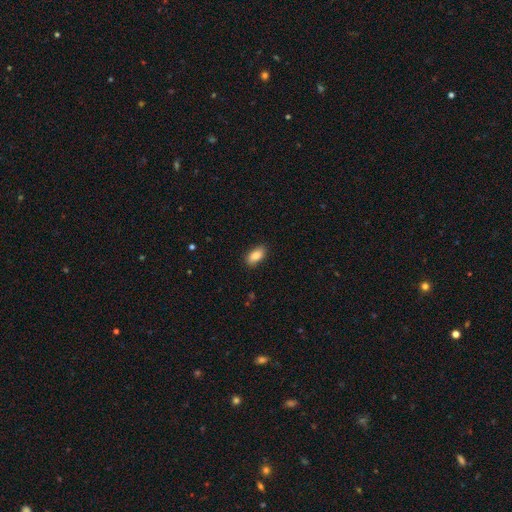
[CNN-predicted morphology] Q: Smooth or featured?
A: smooth (88%); runner-up: star or artifact (7%)
Q: How rounded?
A: in between (91%); runner-up: cigar-shaped (5%)
Q: Merging?
A: none (86%); runner-up: minor disturbance (11%)